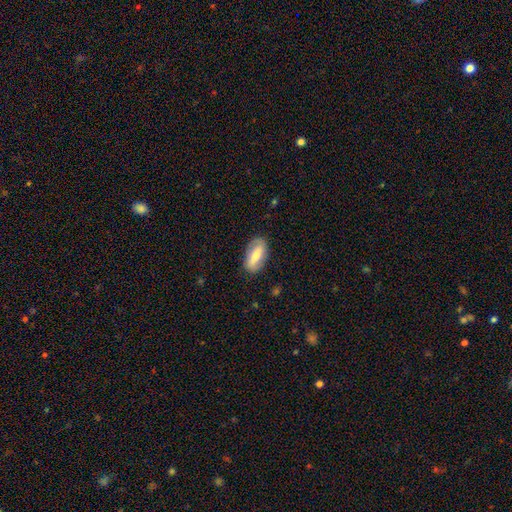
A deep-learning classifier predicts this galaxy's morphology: A smooth galaxy with no disk features (53%) that is in between round and cigar-shaped (89%).

Vote fractions:
- Smooth or featured? smooth: 53% / featured or disk: 40% / star or artifact: 6%
- How rounded? in between: 89% / cigar-shaped: 7% / round: 4%
- Merging? none: 82% / minor disturbance: 13% / major disturbance: 4% / merger: 1%